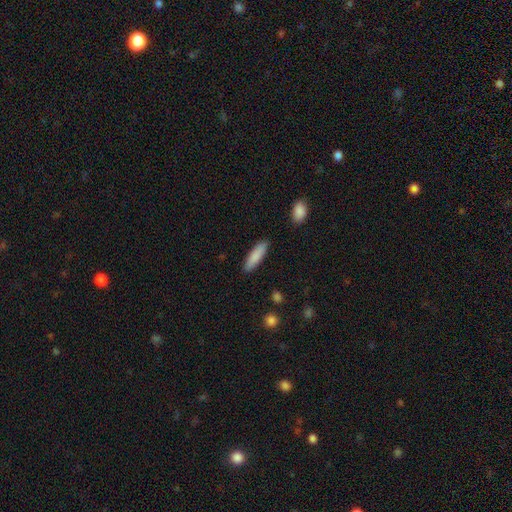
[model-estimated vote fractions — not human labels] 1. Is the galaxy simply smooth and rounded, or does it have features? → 85% smooth, 9% featured or disk, 6% star or artifact.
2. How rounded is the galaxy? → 66% cigar-shaped, 32% in between, 1% round.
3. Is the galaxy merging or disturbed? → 88% none, 8% minor disturbance, 2% major disturbance, 2% merger.